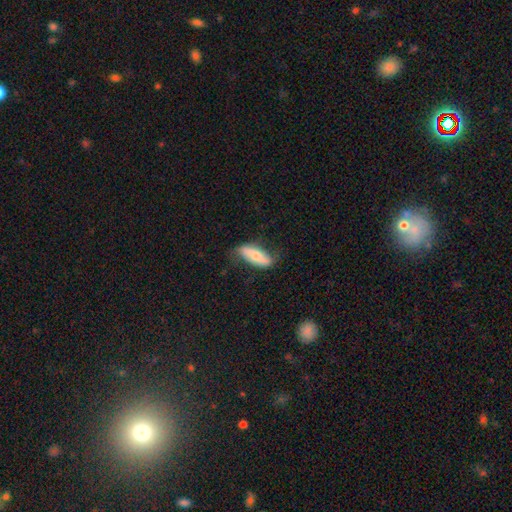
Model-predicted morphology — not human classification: Smooth or featured? smooth (53%)
How rounded? in between (62%)
Merging? none (63%)